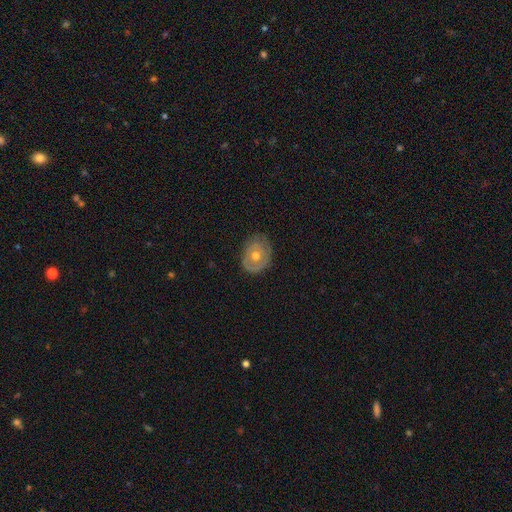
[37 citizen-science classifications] Morphology: type=featured or disk (73%); edge-on=no (93%); bar=no (100%); spiral arms=no (72%); bulge=moderate (88%); merging=none (54%).